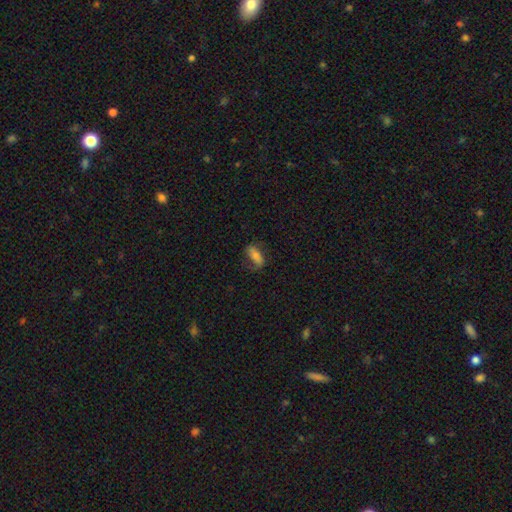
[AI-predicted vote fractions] Q: Smooth or featured?
A: smooth (65%); runner-up: featured or disk (26%)
Q: How rounded?
A: in between (73%); runner-up: cigar-shaped (22%)
Q: Merging?
A: none (68%); runner-up: minor disturbance (21%)